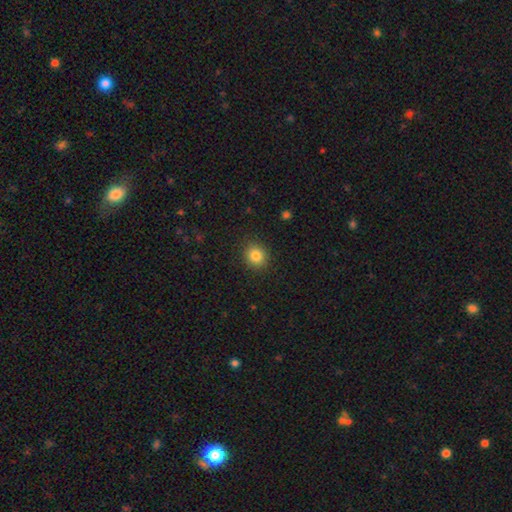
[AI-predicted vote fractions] Q: Smooth or featured?
A: smooth (84%); runner-up: star or artifact (11%)
Q: How rounded?
A: round (80%); runner-up: in between (20%)
Q: Merging?
A: none (90%); runner-up: minor disturbance (7%)